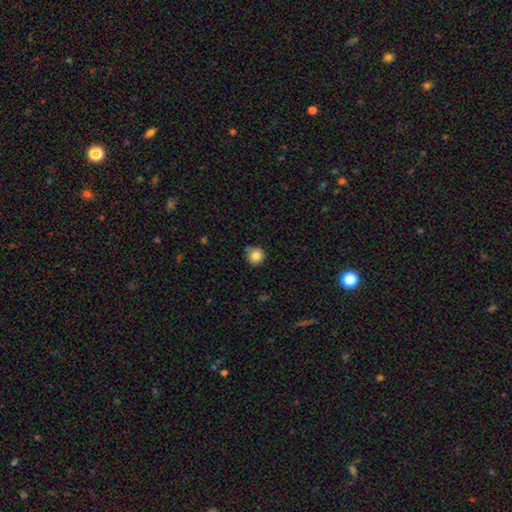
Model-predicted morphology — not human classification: smooth-or-featured: smooth: 84% | star or artifact: 10% | featured or disk: 6%
  how-rounded: round: 93% | in between: 6% | cigar-shaped: 1%
  merging: none: 78% | minor disturbance: 15% | merger: 4% | major disturbance: 3%